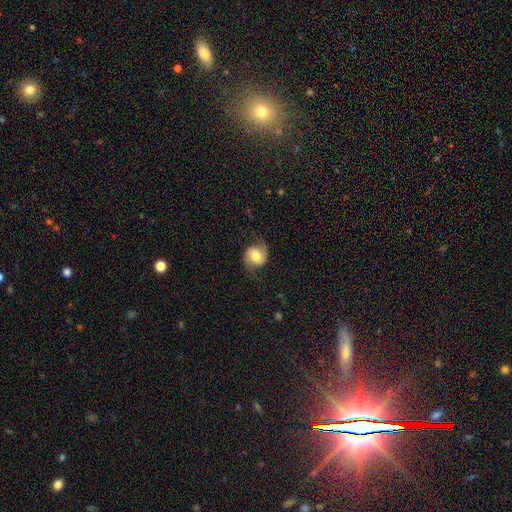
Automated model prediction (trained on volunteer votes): This appears to be a featured or disk galaxy (58%) with no bar (49%), 2 (91%) medium (44%) spiral arms (90%) and a moderate central bulge (63%). Merging: none (75%).